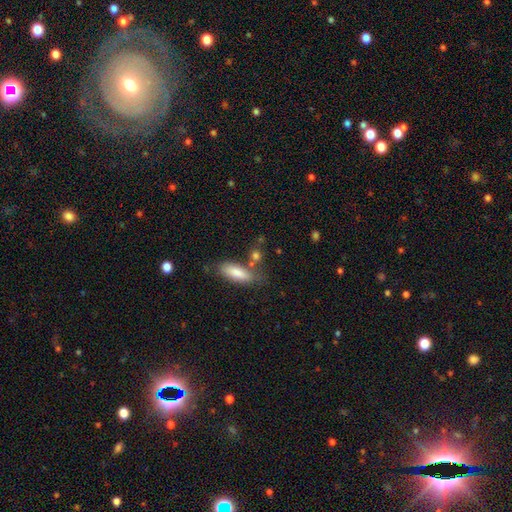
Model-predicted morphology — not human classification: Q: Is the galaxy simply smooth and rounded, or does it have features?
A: smooth — 78%.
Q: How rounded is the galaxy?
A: in between — 50%.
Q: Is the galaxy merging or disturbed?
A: none — 64%.